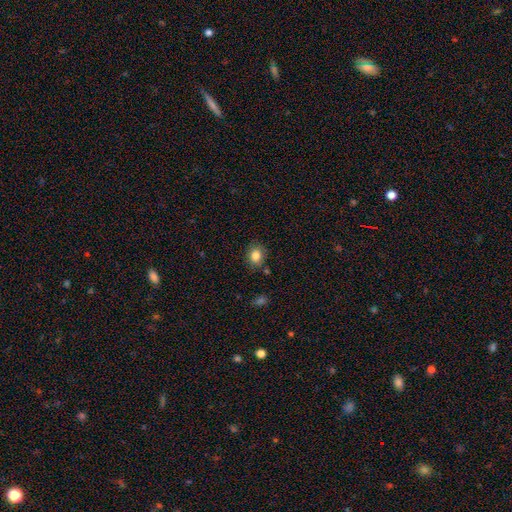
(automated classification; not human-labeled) Smooth or featured? Predicted: smooth (p=0.84). How rounded? Predicted: round (p=0.62). Merging? Predicted: none (p=0.82).